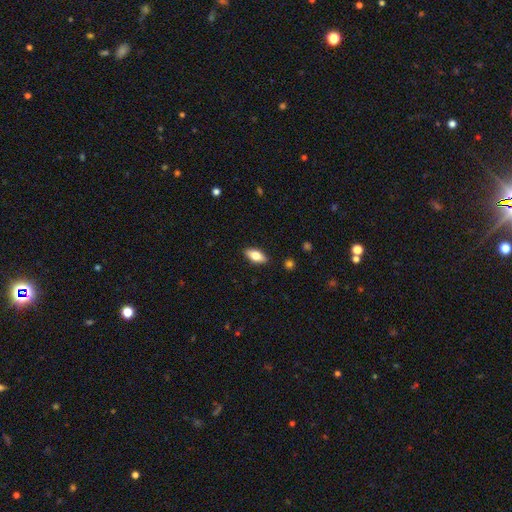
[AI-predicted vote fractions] Q: Smooth or featured?
A: smooth (68%); runner-up: featured or disk (25%)
Q: How rounded?
A: in between (82%); runner-up: cigar-shaped (15%)
Q: Merging?
A: none (88%); runner-up: minor disturbance (9%)